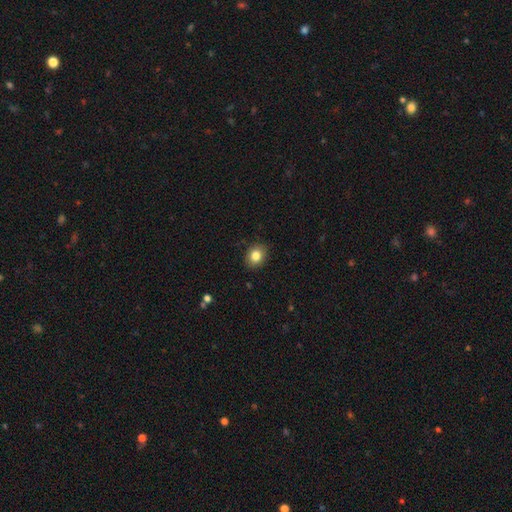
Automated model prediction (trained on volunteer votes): A smooth galaxy with no disk features (83%) that is in between round and cigar-shaped (51%).

Vote fractions:
- Smooth or featured? smooth: 83% / star or artifact: 10% / featured or disk: 8%
- How rounded? in between: 51% / round: 48% / cigar-shaped: 1%
- Merging? none: 88% / minor disturbance: 9% / major disturbance: 2% / merger: 1%